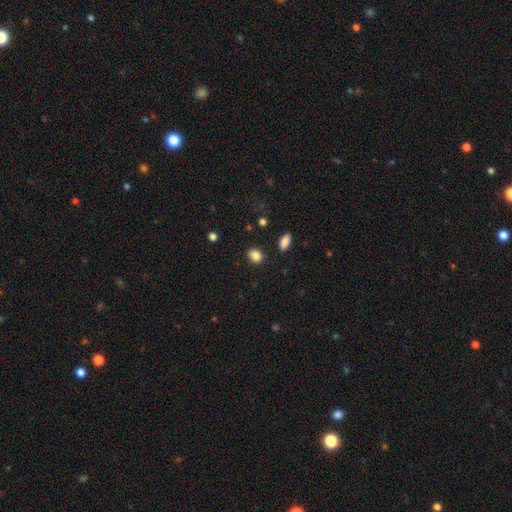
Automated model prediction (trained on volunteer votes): Morphology: type=smooth (86%); roundness=round (50%); merging=none (84%).